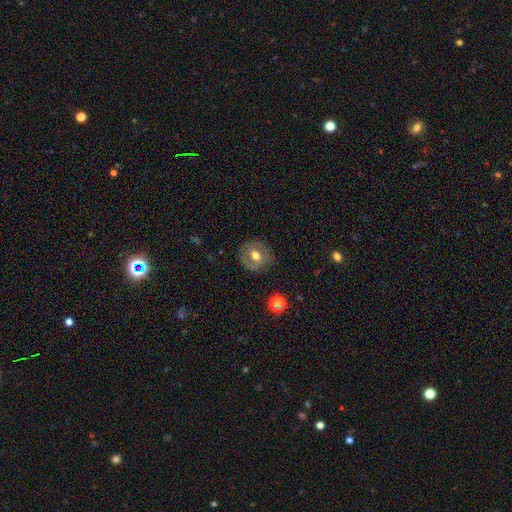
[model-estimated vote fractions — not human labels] smooth 50%, featured or disk 41%, star or artifact 9%. Down the decision tree: merging — none (82%).